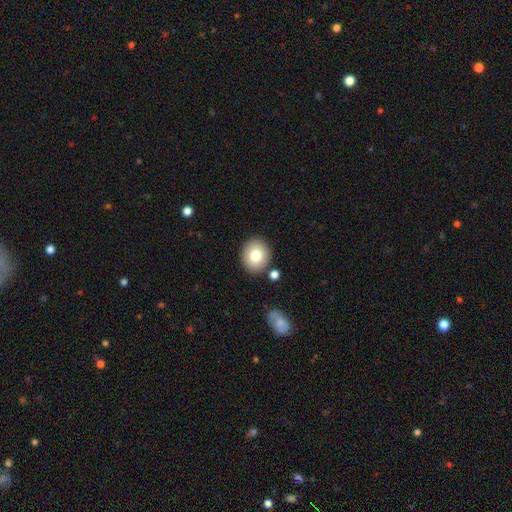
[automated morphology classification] The model was most divided on "how rounded": round: 74%, in between: 25%, cigar-shaped: 1%. More confident: merging — none (85%); smooth or featured — smooth (78%).